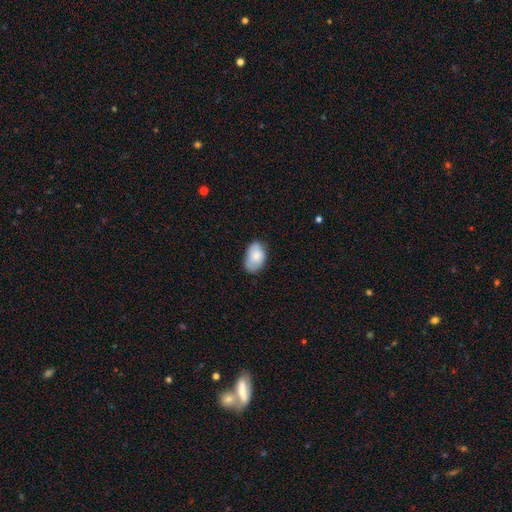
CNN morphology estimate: This appears to be a smooth galaxy with no disk features (79%) that is in between round and cigar-shaped (89%). Merging: none (69%).